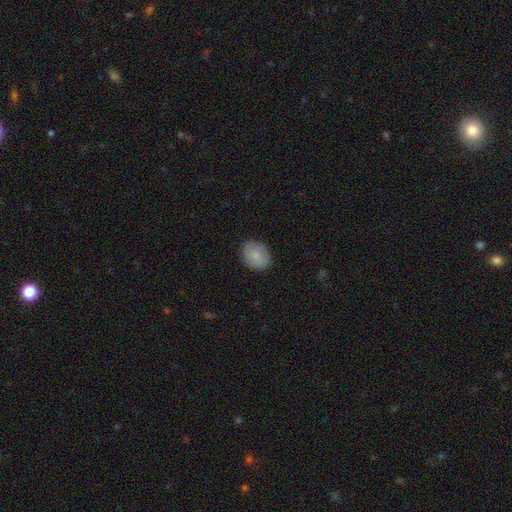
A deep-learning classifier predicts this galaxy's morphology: type=smooth (82%); roundness=in between (51%); merging=none (85%).